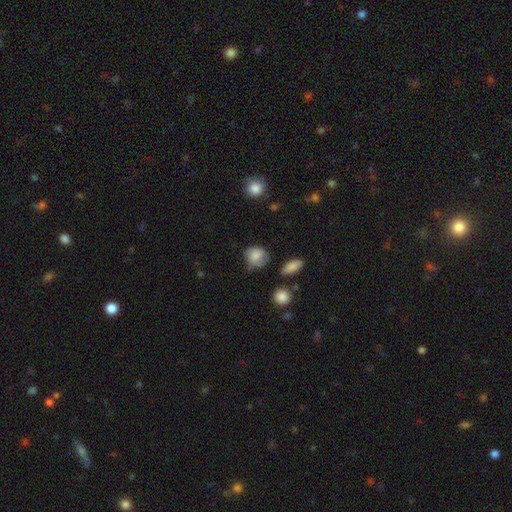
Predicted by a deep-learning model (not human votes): A smooth galaxy with no disk features (79%) that is round (71%).

Vote fractions:
- Smooth or featured? smooth: 79% / featured or disk: 12% / star or artifact: 9%
- How rounded? round: 71% / in between: 28% / cigar-shaped: 1%
- Merging? none: 58% / minor disturbance: 30% / major disturbance: 9% / merger: 3%